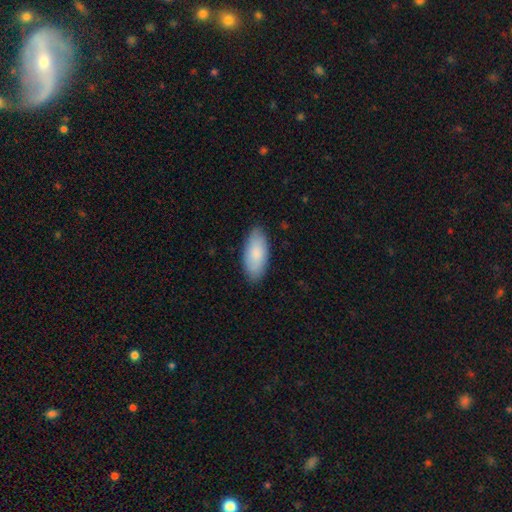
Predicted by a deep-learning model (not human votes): This appears to be a smooth galaxy with no disk features (85%) that is in between round and cigar-shaped (89%). Merging: none (85%).